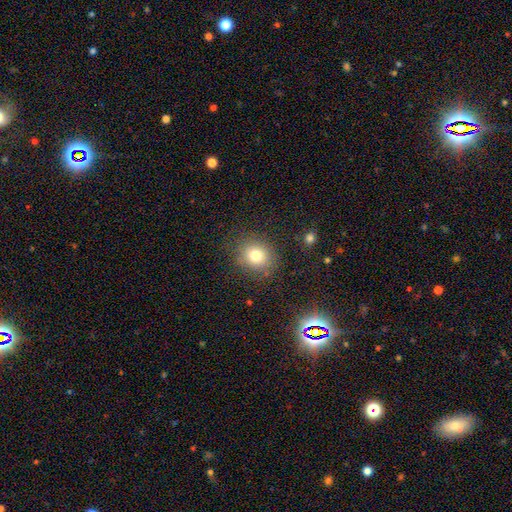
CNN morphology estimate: Overall: smooth (78%). How rounded: round (73%). Merging: none (83%).